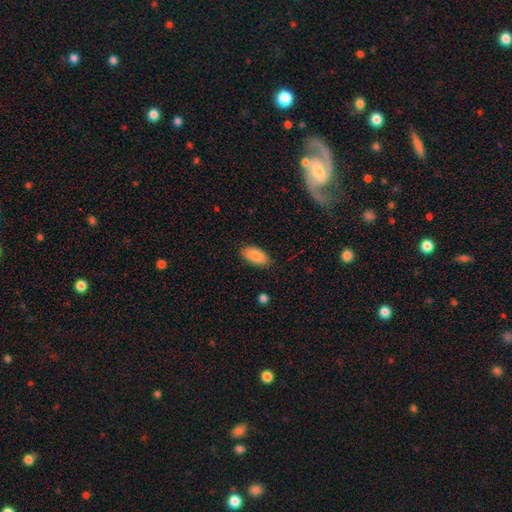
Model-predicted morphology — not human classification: smooth 88%, star or artifact 7%, featured or disk 6%. Down the decision tree: how rounded — in between (92%); merging — none (85%).